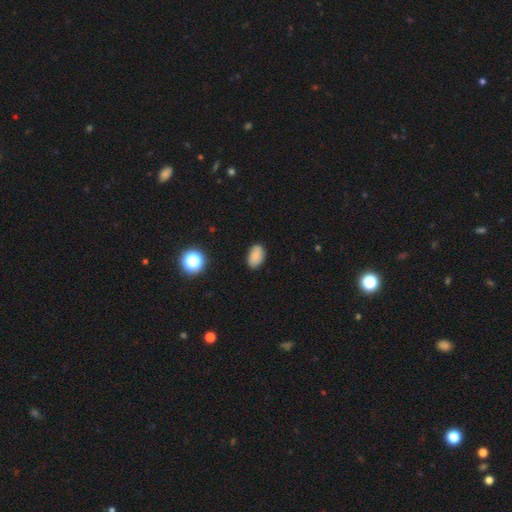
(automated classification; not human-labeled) A smooth galaxy with no disk features (83%) that is in between round and cigar-shaped (90%).

Vote fractions:
- Smooth or featured? smooth: 83% / star or artifact: 10% / featured or disk: 6%
- How rounded? in between: 90% / round: 8% / cigar-shaped: 1%
- Merging? none: 85% / minor disturbance: 11% / major disturbance: 2% / merger: 1%